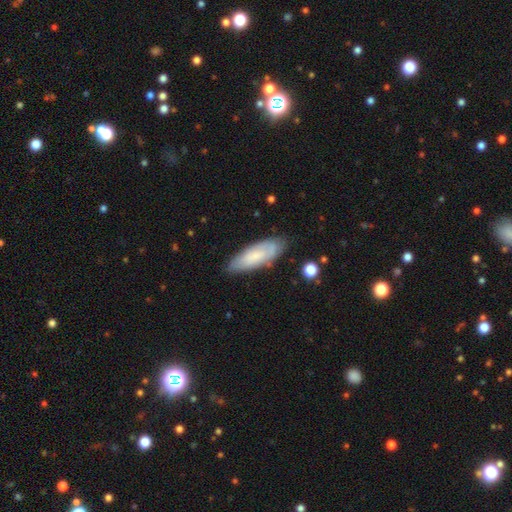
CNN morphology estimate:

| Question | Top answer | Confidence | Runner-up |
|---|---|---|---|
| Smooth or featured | smooth | 66% | featured or disk (28%) |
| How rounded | in between | 64% | cigar-shaped (34%) |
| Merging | none | 75% | minor disturbance (19%) |